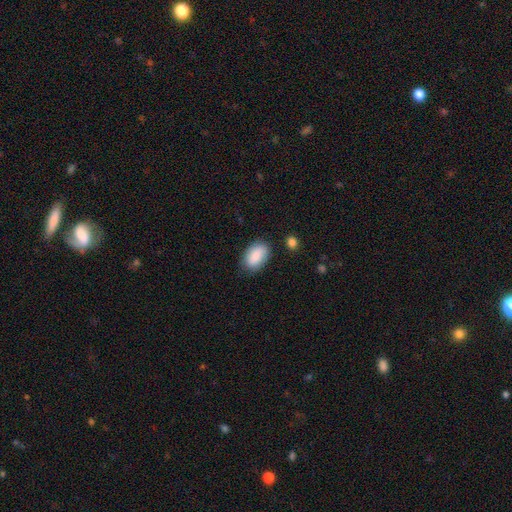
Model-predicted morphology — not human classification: Smooth or featured? Predicted: smooth (p=0.89). How rounded? Predicted: in between (p=0.93). Merging? Predicted: none (p=0.79).